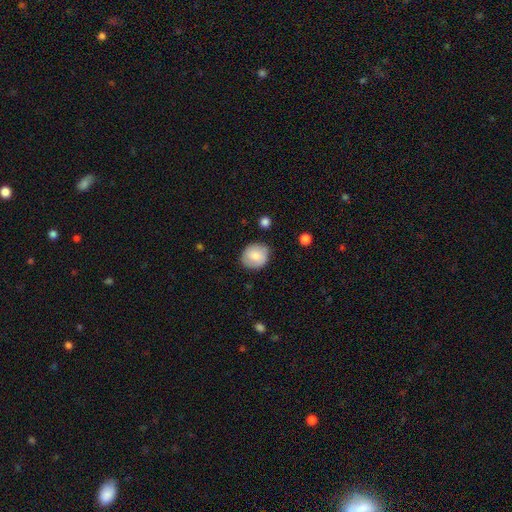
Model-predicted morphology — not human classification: Smooth or featured?
  - smooth: 78% *
  - featured or disk: 15%
  - star or artifact: 7%
How rounded?
  - round: 77% *
  - in between: 22%
  - cigar-shaped: 1%
Merging?
  - none: 82% *
  - minor disturbance: 14%
  - major disturbance: 3%
  - merger: 2%